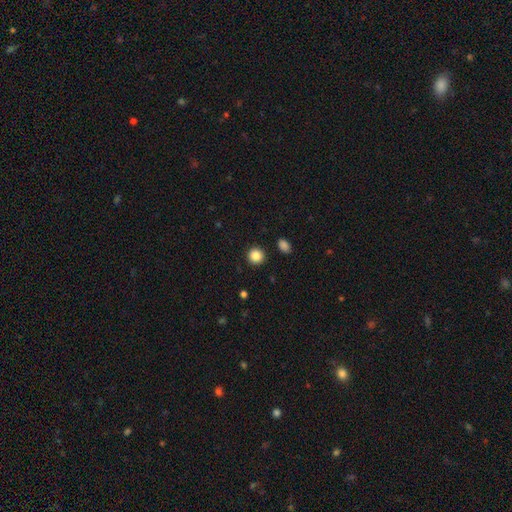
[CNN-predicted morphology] This is clearly a smooth galaxy (87%). How rounded: clearly round (93%). Merging: clearly none (91%).